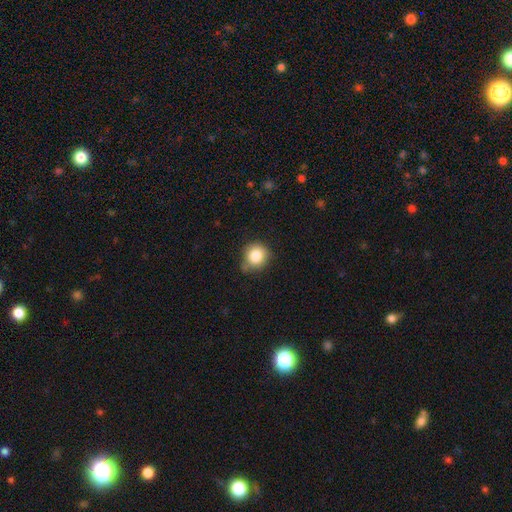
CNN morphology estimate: Smooth or featured? smooth (84%)
How rounded? round (87%)
Merging? none (72%)